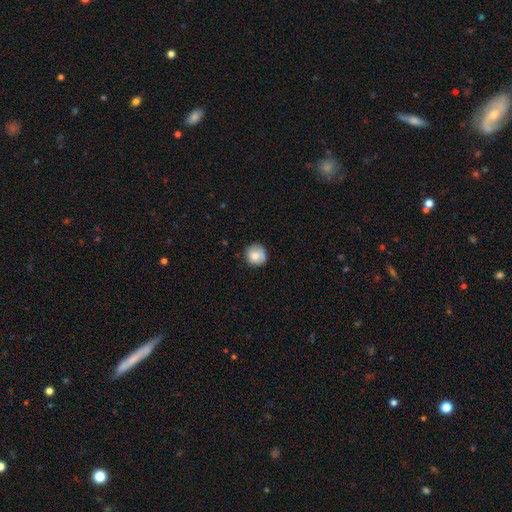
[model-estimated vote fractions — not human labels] The model was most divided on "merging": none: 75%, minor disturbance: 19%, major disturbance: 4%, merger: 2%. More confident: how rounded — round (91%); smooth or featured — smooth (77%).